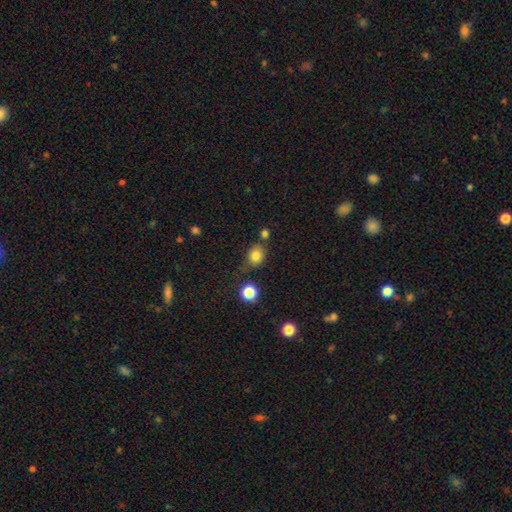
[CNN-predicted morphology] This appears to be a smooth galaxy with no disk features (81%) that is round (56%). Merging: none (69%).